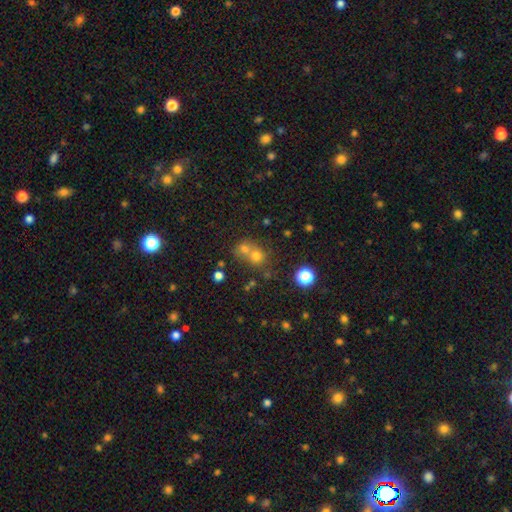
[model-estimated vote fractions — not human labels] Overall: smooth (67%). How rounded: round (81%). Merging: merger (53%; none 38%).